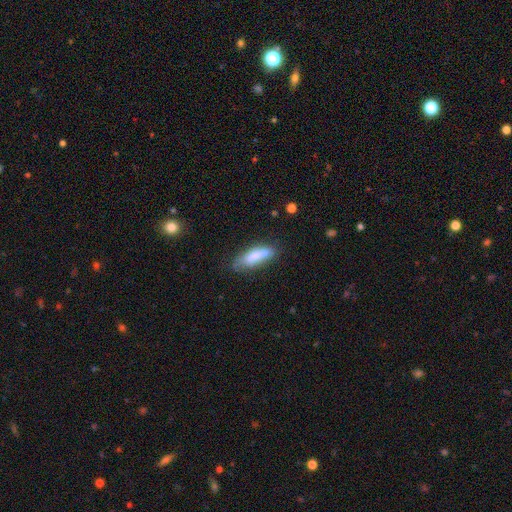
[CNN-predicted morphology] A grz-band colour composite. It shows a smooth galaxy with no disk features (69%) that is in between round and cigar-shaped (60%). Merging: none (47%).